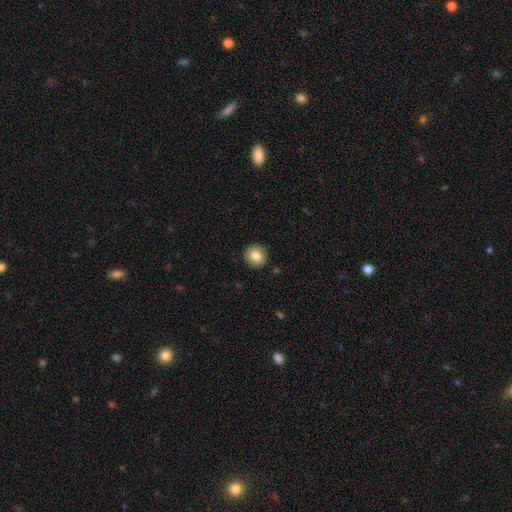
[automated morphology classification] A smooth galaxy with no disk features (84%) that is round (90%). Merging: none (91%).